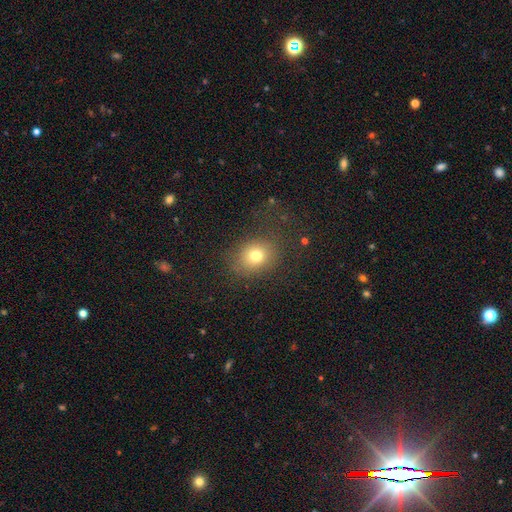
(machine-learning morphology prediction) This is likely a smooth galaxy (76%). How rounded: possibly round (54%). Merging: likely none (75%).